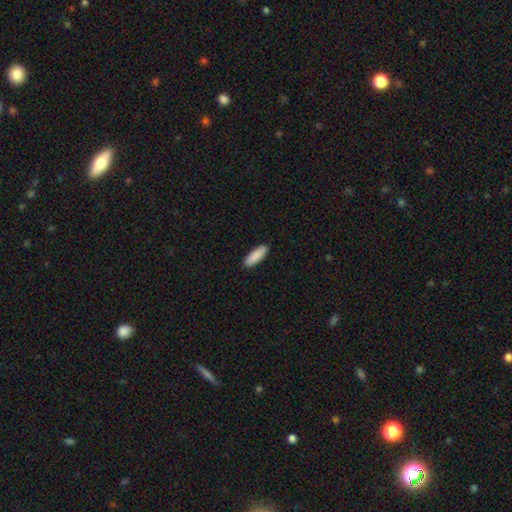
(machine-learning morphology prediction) Smooth or featured: smooth — 91% (star or artifact — 5%)
How rounded: in between — 54% (cigar-shaped — 45%)
Merging: none — 91% (minor disturbance — 6%)